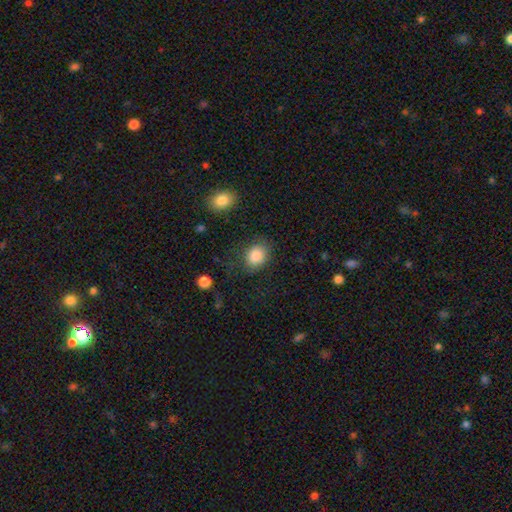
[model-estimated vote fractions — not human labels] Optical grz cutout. It shows a smooth galaxy with no disk features (86%) that is in between round and cigar-shaped (58%). Merging: none (72%).